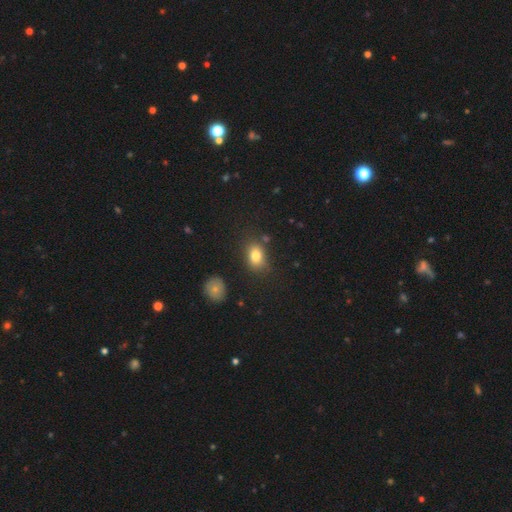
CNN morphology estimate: Smooth or featured?
  - smooth: 80% *
  - star or artifact: 11%
  - featured or disk: 9%
How rounded?
  - in between: 74% *
  - round: 25%
  - cigar-shaped: 2%
Merging?
  - none: 75% *
  - minor disturbance: 15%
  - major disturbance: 5%
  - merger: 5%